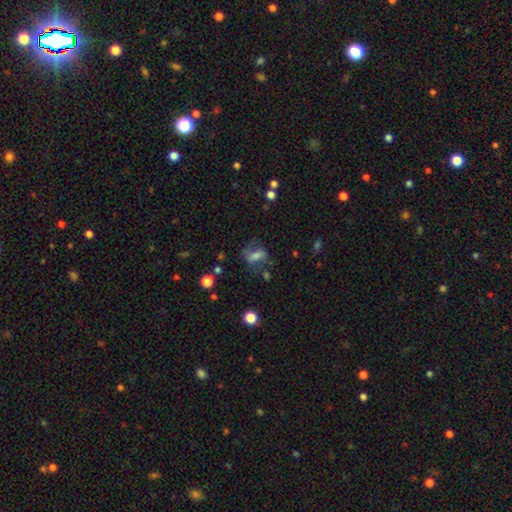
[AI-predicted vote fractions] smooth_or_featured: smooth (p=0.47) [alt: featured or disk p=0.41]
merging: none (p=0.52) [alt: major disturbance p=0.22]